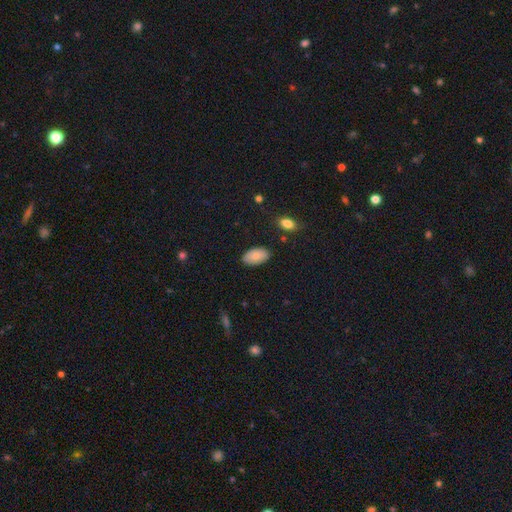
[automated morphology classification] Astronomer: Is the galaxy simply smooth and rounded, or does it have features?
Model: smooth — 85%.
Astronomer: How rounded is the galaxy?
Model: in between — 95%.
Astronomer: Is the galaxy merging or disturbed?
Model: none — 86%.